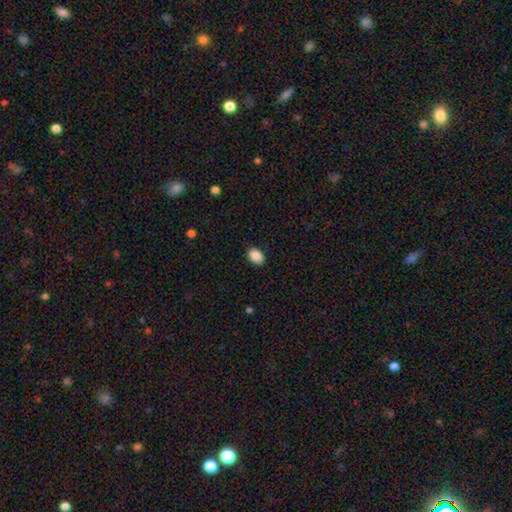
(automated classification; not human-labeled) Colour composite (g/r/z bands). It shows a smooth galaxy with no disk features (89%) that is in between round and cigar-shaped (85%). Merging: none (88%).